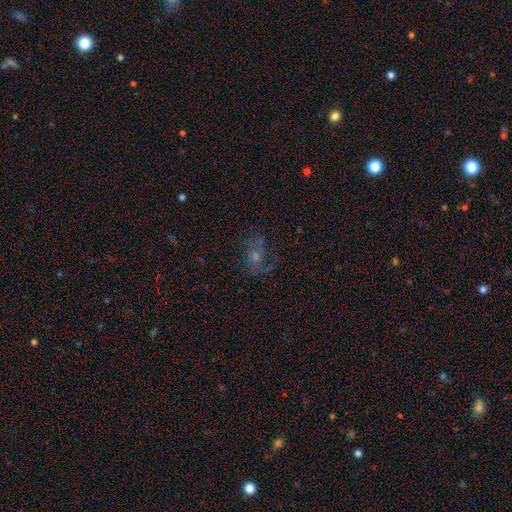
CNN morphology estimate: Q: Smooth or featured?
A: featured or disk (54%); runner-up: smooth (27%)
Q: Edge-on disk?
A: no (96%); runner-up: yes (4%)
Q: Bar?
A: no (69%); runner-up: weak (26%)
Q: Spiral arms?
A: yes (78%); runner-up: no (22%)
Q: Bulge size?
A: moderate (41%); runner-up: small (39%)
Q: Merging?
A: none (54%); runner-up: major disturbance (24%)